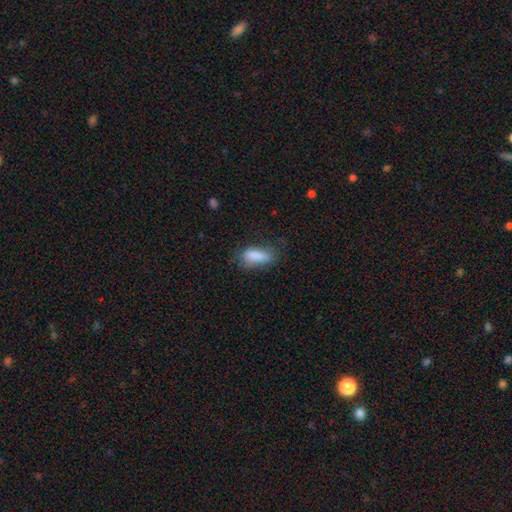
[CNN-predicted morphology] smooth-or-featured: smooth: 83% | featured or disk: 9% | star or artifact: 8%
  how-rounded: in between: 74% | cigar-shaped: 23% | round: 3%
  merging: none: 58% | minor disturbance: 28% | major disturbance: 13% | merger: 2%